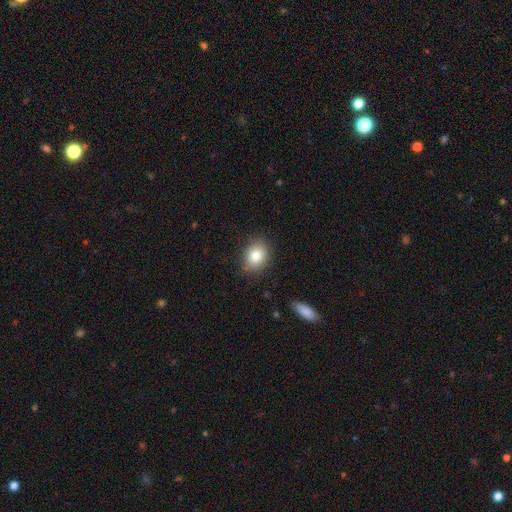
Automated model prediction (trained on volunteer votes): smooth-or-featured: smooth: 81% | star or artifact: 9% | featured or disk: 9%
  how-rounded: round: 50% | in between: 49% | cigar-shaped: 1%
  merging: none: 84% | minor disturbance: 12% | major disturbance: 3% | merger: 1%